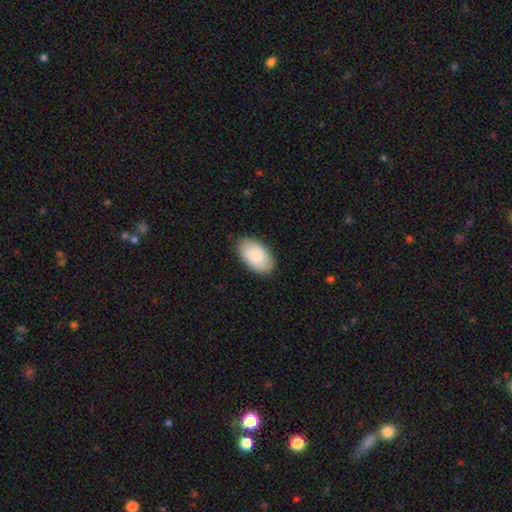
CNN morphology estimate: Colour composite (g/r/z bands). It shows a smooth galaxy with no disk features (83%) that is in between round and cigar-shaped (95%). Merging: none (85%).